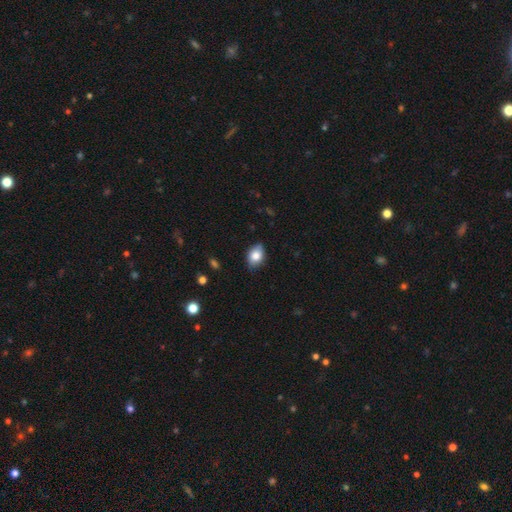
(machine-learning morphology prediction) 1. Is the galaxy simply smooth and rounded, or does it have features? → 80% smooth, 12% featured or disk, 8% star or artifact.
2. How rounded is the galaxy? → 80% in between, 18% round, 2% cigar-shaped.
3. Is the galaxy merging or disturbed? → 80% none, 16% minor disturbance, 2% major disturbance, 1% merger.